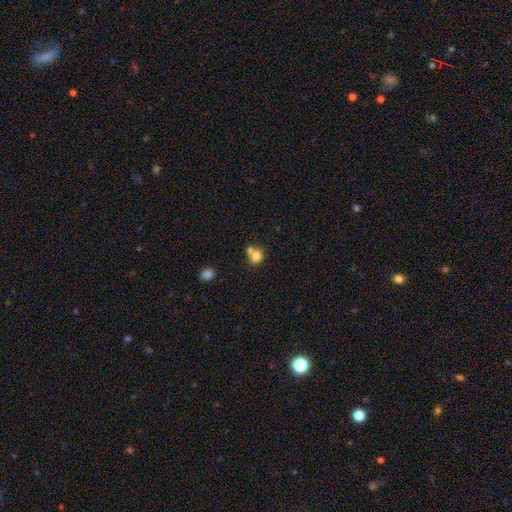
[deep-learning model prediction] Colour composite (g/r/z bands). It shows a smooth galaxy with no disk features (78%) that is round (79%). Merging: merger (46%).